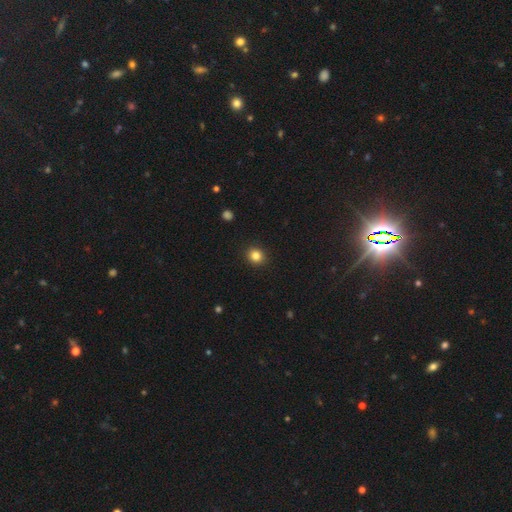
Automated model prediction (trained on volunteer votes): Smooth or featured?
  - smooth: 84% *
  - star or artifact: 11%
  - featured or disk: 5%
How rounded?
  - round: 84% *
  - in between: 15%
  - cigar-shaped: 1%
Merging?
  - none: 92% *
  - minor disturbance: 5%
  - major disturbance: 2%
  - merger: 1%